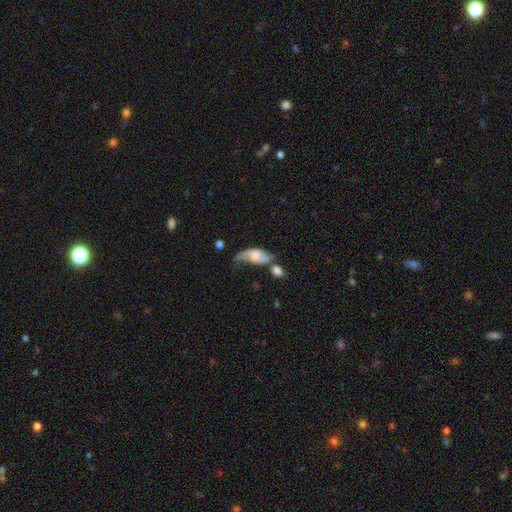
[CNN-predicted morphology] smooth-or-featured: featured or disk: 56% | smooth: 36% | star or artifact: 8%
  disk-edge-on: no: 89% | yes: 11%
    bar: no: 60% | weak: 31% | strong: 8%
    has-spiral-arms: yes: 81% | no: 19%
    bulge-size: moderate: 30% | large: 23% | none: 23% | small: 20% | dominant: 4%
  merging: merger: 29% | none: 26% | major disturbance: 24% | minor disturbance: 21%